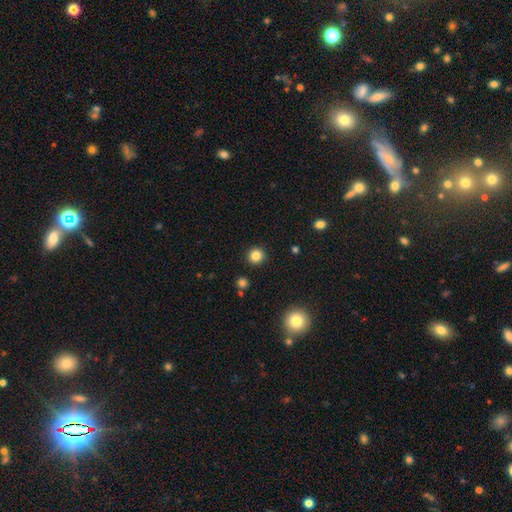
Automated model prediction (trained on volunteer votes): The model was most divided on "smooth or featured": smooth: 84%, star or artifact: 12%, featured or disk: 4%. More confident: how rounded — round (93%); merging — none (91%).